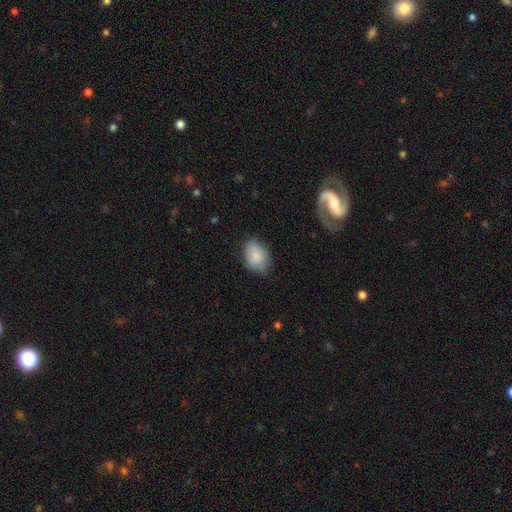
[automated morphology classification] Smooth or featured?
  - smooth: 83% *
  - featured or disk: 10%
  - star or artifact: 7%
How rounded?
  - in between: 72% *
  - round: 27%
  - cigar-shaped: 1%
Merging?
  - none: 69% *
  - minor disturbance: 25%
  - major disturbance: 5%
  - merger: 1%